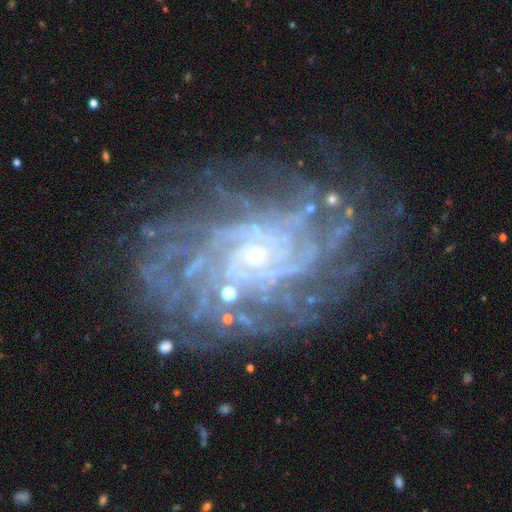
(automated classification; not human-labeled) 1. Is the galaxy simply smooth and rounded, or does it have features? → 89% featured or disk, 7% star or artifact, 4% smooth.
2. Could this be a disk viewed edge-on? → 97% no, 3% yes.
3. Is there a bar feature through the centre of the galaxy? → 70% no, 23% weak, 7% strong.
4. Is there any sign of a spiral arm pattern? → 97% yes, 3% no.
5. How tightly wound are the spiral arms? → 72% tight, 23% medium, 5% loose.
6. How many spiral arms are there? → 31% more than 4, 27% can't tell, 16% 4, 10% 3, 9% 2, 8% 1.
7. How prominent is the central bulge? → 73% small, 22% moderate, 2% none, 2% large, 1% dominant.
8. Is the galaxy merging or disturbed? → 74% none, 15% minor disturbance, 8% major disturbance, 2% merger.